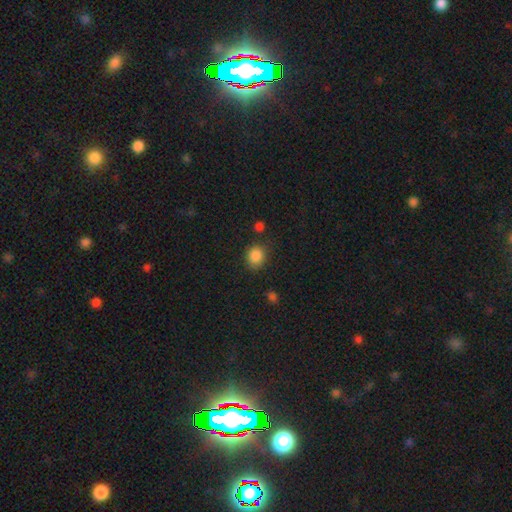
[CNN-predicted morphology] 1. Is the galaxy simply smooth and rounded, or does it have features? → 86% smooth, 10% star or artifact, 4% featured or disk.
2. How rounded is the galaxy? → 66% round, 33% in between, 1% cigar-shaped.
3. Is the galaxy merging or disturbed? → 77% none, 14% minor disturbance, 5% major disturbance, 4% merger.